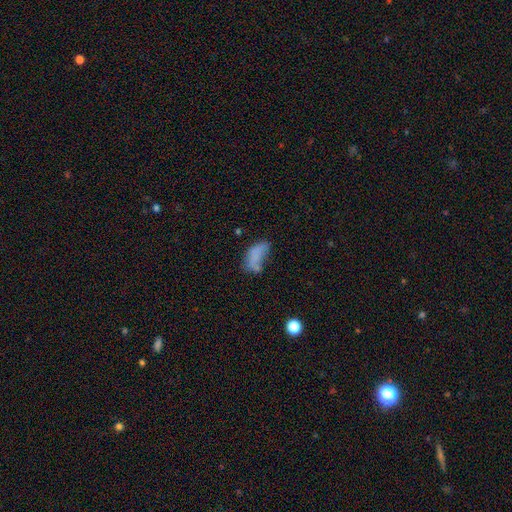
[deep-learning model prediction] smooth-or-featured: smooth: 67% | featured or disk: 21% | star or artifact: 13%
  how-rounded: in between: 89% | cigar-shaped: 7% | round: 5%
  merging: major disturbance: 33% | none: 29% | minor disturbance: 26% | merger: 11%